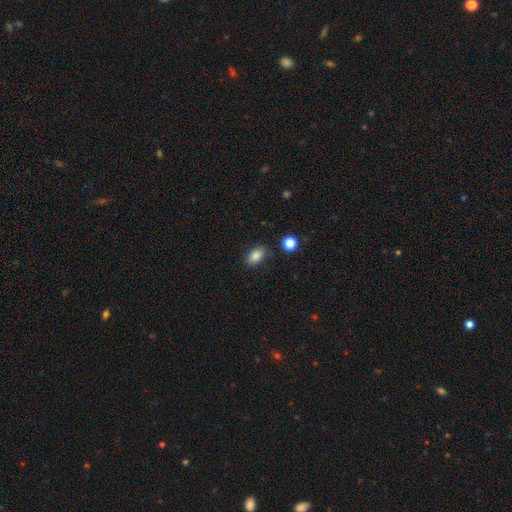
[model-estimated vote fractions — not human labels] Morphology: type=smooth (85%); roundness=in between (85%); merging=none (81%).